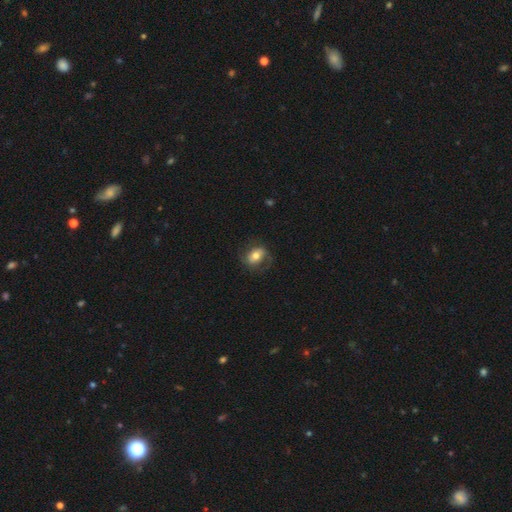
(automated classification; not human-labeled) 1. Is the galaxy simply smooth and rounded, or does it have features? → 50% smooth, 42% featured or disk, 8% star or artifact.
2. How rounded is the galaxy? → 67% in between, 31% round, 2% cigar-shaped.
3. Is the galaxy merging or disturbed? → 66% none, 19% minor disturbance, 14% major disturbance, 1% merger.